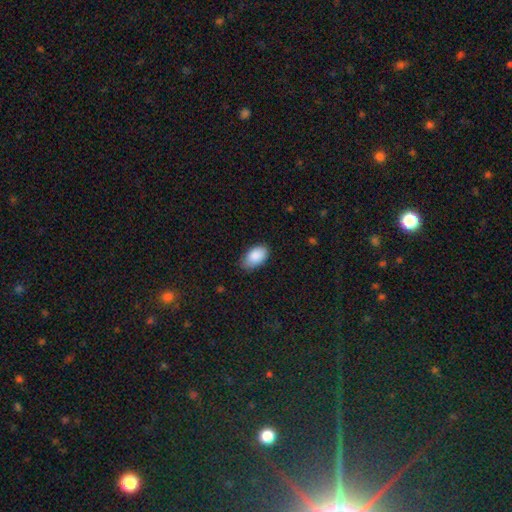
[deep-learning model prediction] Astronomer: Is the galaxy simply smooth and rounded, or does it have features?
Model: smooth — 89%.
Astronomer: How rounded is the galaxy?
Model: in between — 95%.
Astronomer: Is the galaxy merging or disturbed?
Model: none — 78%.